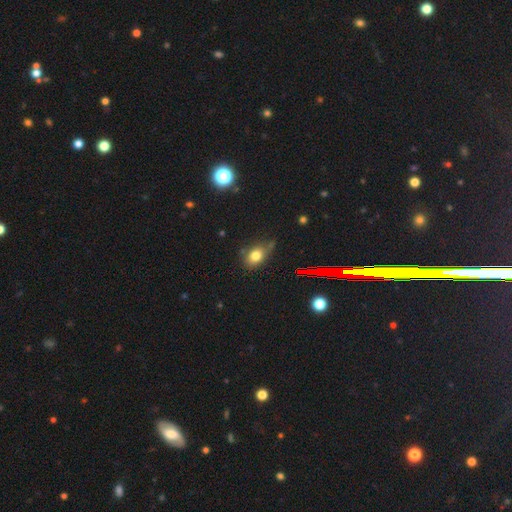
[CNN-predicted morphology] Smooth or featured: smooth — 76% (star or artifact — 13%)
How rounded: in between — 68% (round — 30%)
Merging: none — 61% (minor disturbance — 27%)